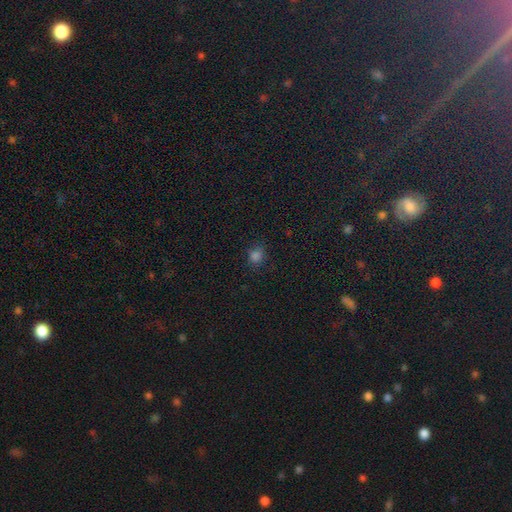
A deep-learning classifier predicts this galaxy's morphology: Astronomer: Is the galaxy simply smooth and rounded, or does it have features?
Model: smooth — 78%.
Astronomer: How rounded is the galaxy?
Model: round — 76%.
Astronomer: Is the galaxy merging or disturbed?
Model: none — 82%.